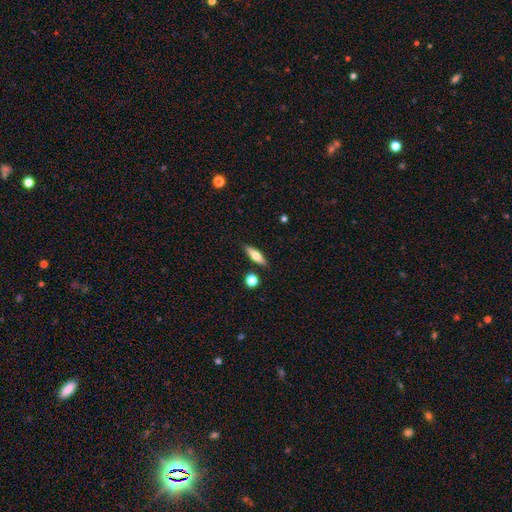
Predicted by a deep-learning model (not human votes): Overall: smooth (54%; featured or disk 39%). How rounded: cigar-shaped (57%; in between 39%). Merging: none (86%).